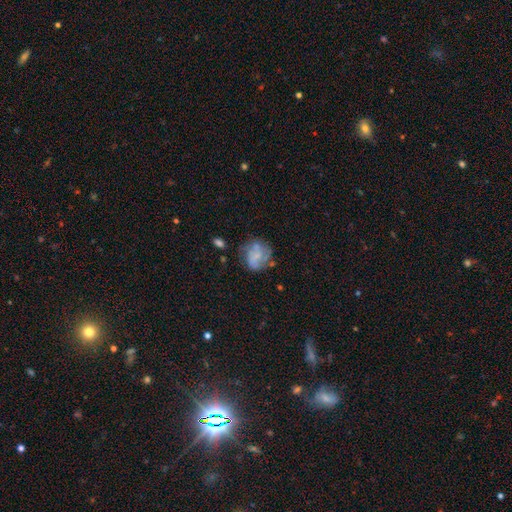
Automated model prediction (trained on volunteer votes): A featured or disk galaxy (48%). Merging: none (52%).